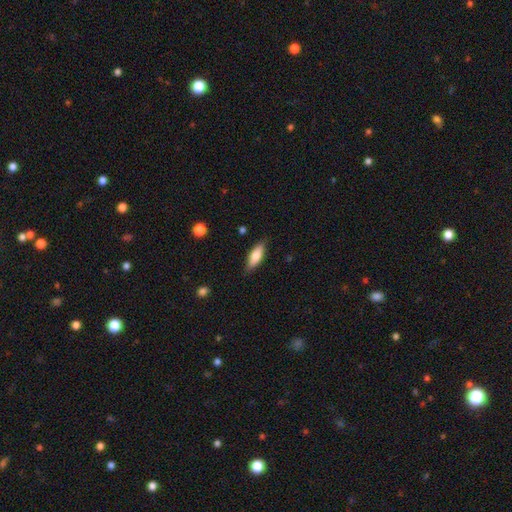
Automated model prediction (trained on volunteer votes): Overall: smooth (76%). How rounded: in between (63%; cigar-shaped 35%). Merging: none (83%).